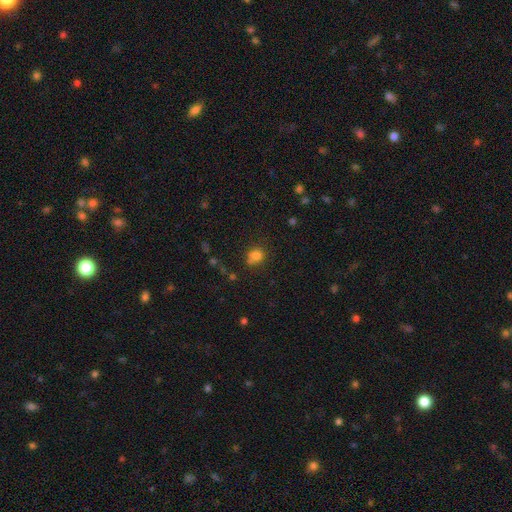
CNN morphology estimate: smooth-or-featured: smooth: 77% | star or artifact: 14% | featured or disk: 9%
  how-rounded: round: 78% | in between: 21% | cigar-shaped: 1%
  merging: none: 58% | merger: 20% | minor disturbance: 16% | major disturbance: 6%